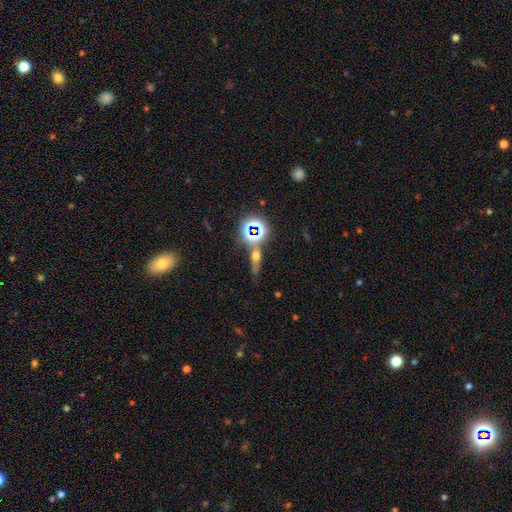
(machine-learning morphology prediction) Q: Smooth or featured?
A: smooth (35%); runner-up: star or artifact (34%)
Q: Merging?
A: none (66%); runner-up: merger (15%)